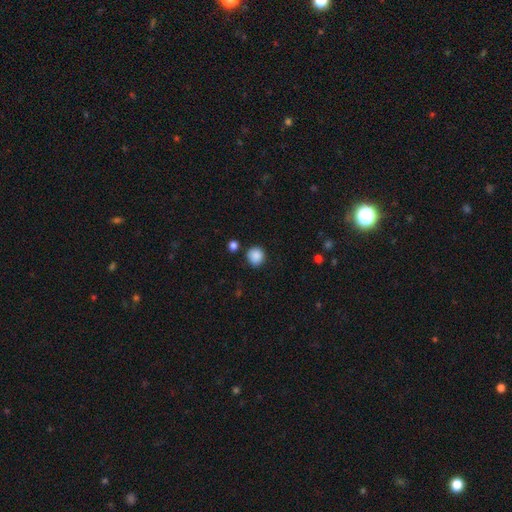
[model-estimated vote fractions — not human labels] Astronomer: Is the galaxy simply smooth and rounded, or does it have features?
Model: smooth — 88%.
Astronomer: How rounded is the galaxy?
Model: round — 90%.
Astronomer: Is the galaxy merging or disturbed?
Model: none — 83%.